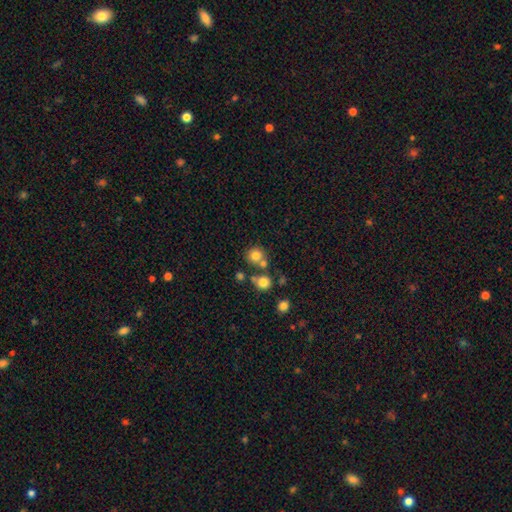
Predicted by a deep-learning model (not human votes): Smooth or featured: smooth — 76% (star or artifact — 14%)
How rounded: round — 90% (in between — 9%)
Merging: none — 63% (merger — 25%)